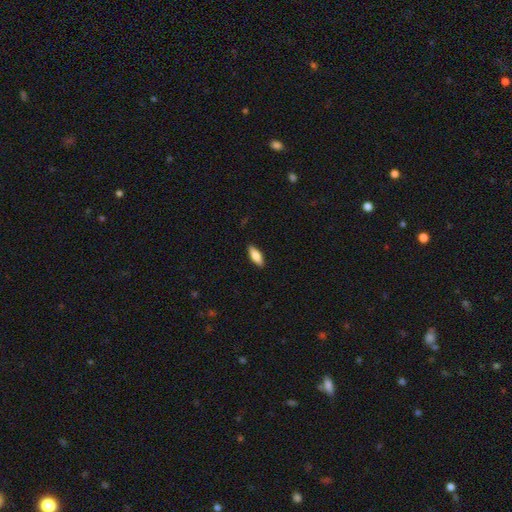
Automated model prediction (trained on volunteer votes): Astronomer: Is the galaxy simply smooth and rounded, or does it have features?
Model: smooth — 72%.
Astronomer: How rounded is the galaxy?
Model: in between — 65%.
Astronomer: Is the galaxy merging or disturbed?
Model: none — 90%.